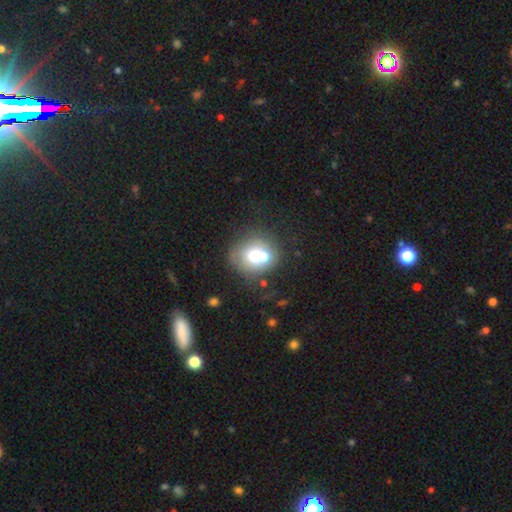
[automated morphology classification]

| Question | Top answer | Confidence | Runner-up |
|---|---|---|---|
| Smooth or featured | smooth | 64% | featured or disk (26%) |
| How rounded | round | 74% | in between (25%) |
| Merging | merger | 43% | none (39%) |